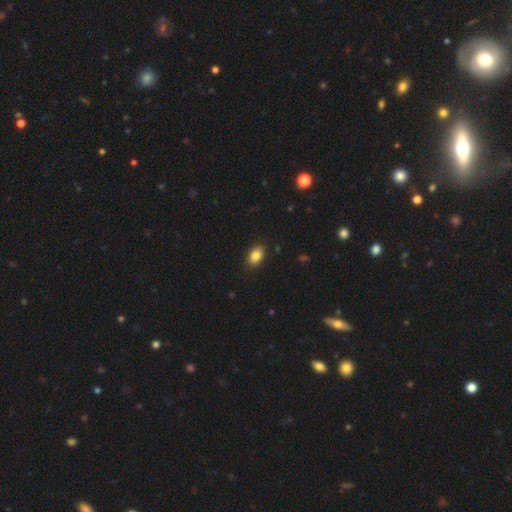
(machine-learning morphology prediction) type=smooth (85%); roundness=in between (87%); merging=none (88%).